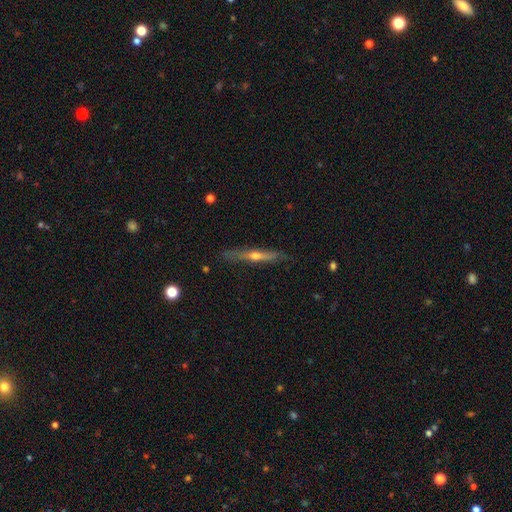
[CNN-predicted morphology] smooth_or_featured: featured or disk (p=0.68) [alt: smooth p=0.25]
disk_edge_on: yes (p=0.95) [alt: no p=0.05]
edge_on_bulge: rounded (p=0.86) [alt: none p=0.11]
merging: none (p=0.84) [alt: minor disturbance p=0.12]